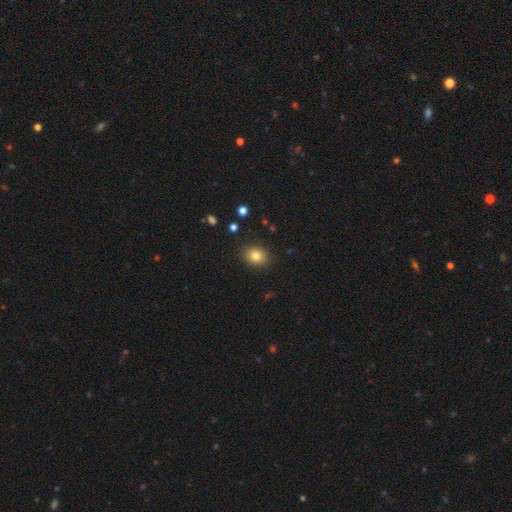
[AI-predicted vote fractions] A smooth galaxy with no disk features (82%) that is in between round and cigar-shaped (54%). Merging: none (88%).